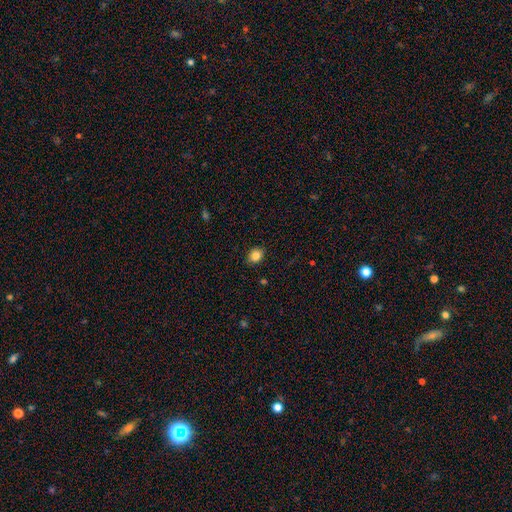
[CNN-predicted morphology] smooth_or_featured: smooth (p=0.85) [alt: star or artifact p=0.10]
how_rounded: round (p=0.53) [alt: in between p=0.47]
merging: none (p=0.89) [alt: minor disturbance p=0.08]